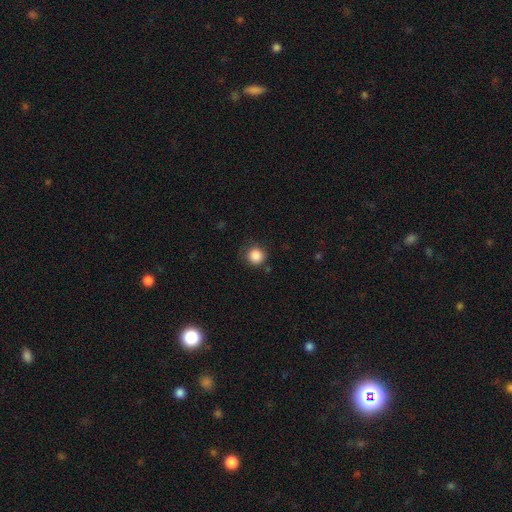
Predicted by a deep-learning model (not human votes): Overall: smooth (86%). How rounded: round (93%). Merging: none (77%).